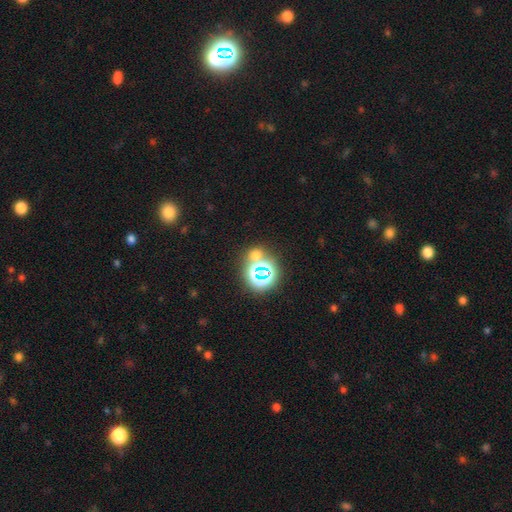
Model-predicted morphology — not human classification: Smooth or featured: star or artifact — 51% (smooth — 41%)